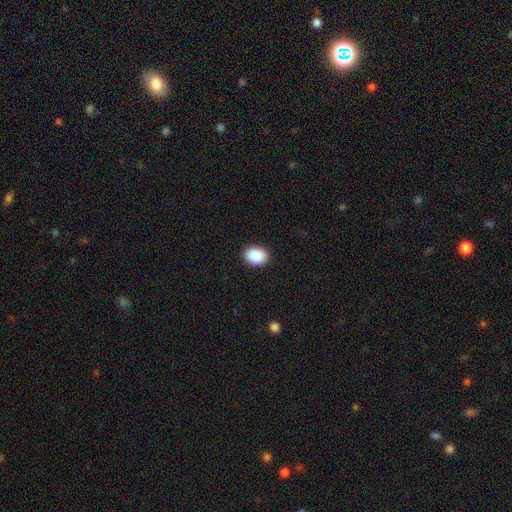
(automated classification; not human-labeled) smooth 90%, star or artifact 7%, featured or disk 3%. Down the decision tree: how rounded — in between (67%); merging — none (91%).